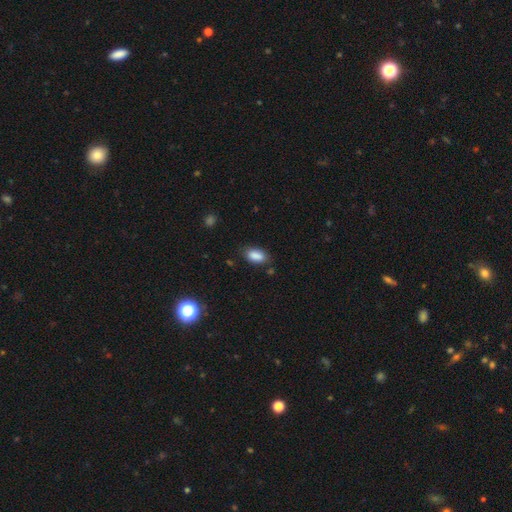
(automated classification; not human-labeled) Morphology: type=smooth (87%); roundness=in between (91%); merging=none (76%).